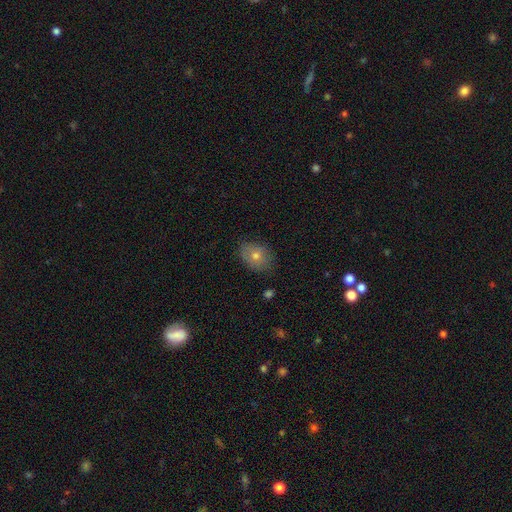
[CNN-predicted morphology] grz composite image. It shows a smooth galaxy with no disk features (68%) that is in between round and cigar-shaped (61%). Merging: none (79%).